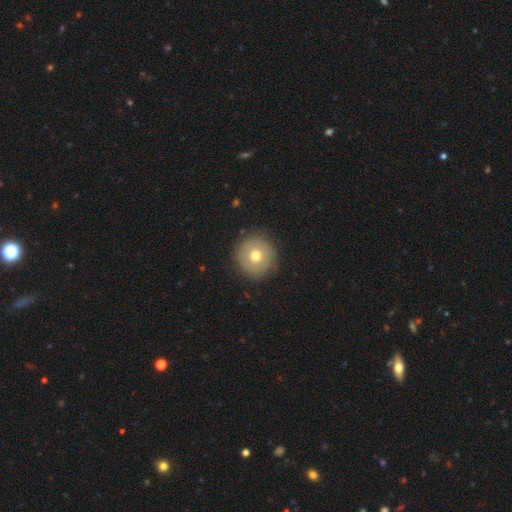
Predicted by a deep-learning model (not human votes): Smooth or featured?
  - smooth: 66% *
  - featured or disk: 24%
  - star or artifact: 9%
How rounded?
  - round: 96% *
  - in between: 3%
  - cigar-shaped: 1%
Merging?
  - none: 89% *
  - minor disturbance: 8%
  - major disturbance: 3%
  - merger: 1%